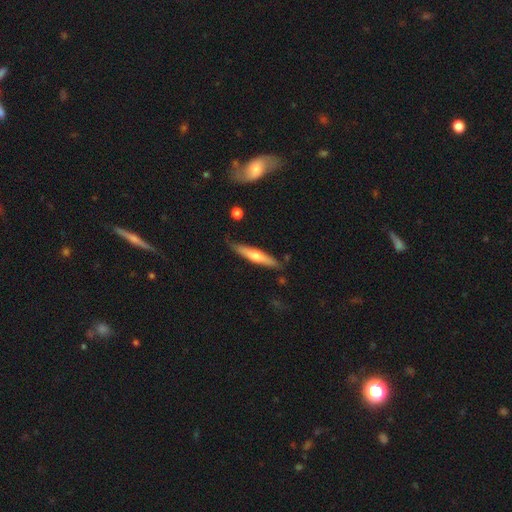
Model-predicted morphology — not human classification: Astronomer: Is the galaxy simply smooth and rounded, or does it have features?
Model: featured or disk — 48% (runner-up: smooth, 47%).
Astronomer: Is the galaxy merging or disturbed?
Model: none — 81%.